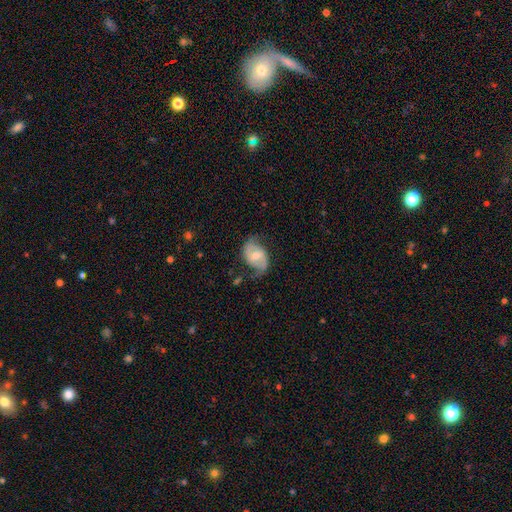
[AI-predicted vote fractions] This appears to be a featured or disk galaxy (69%) with a weak bar (45%), 2 (85%) loose (45%) spiral arms (87%) and a moderate central bulge (58%). Merging: none (62%).